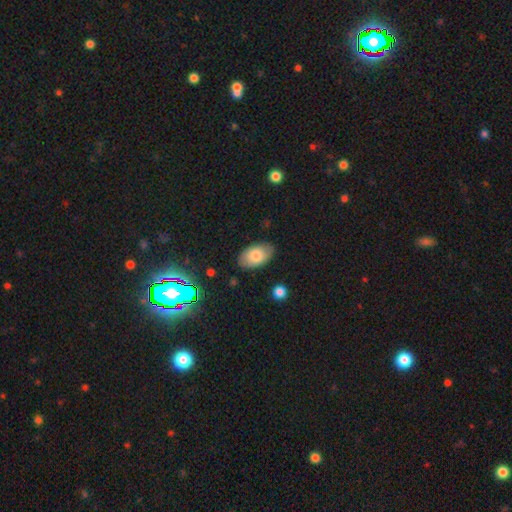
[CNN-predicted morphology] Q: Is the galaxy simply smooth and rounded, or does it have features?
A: smooth — 78%.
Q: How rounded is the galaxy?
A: in between — 93%.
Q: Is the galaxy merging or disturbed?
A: none — 82%.